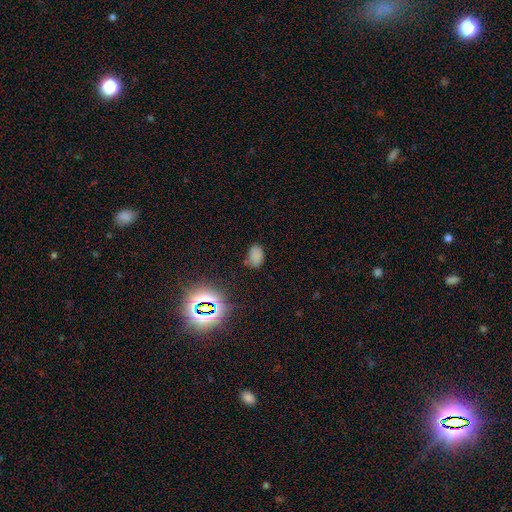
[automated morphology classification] smooth_or_featured: smooth (p=0.70) [alt: star or artifact p=0.23]
how_rounded: in between (p=0.88) [alt: round p=0.11]
merging: none (p=0.73) [alt: minor disturbance p=0.19]